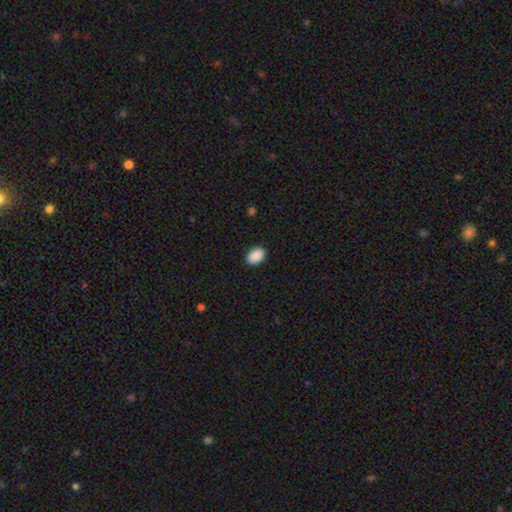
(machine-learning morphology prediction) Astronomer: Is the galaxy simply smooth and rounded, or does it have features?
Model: smooth — 91%.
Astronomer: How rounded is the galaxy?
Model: in between — 86%.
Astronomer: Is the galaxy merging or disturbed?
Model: none — 90%.